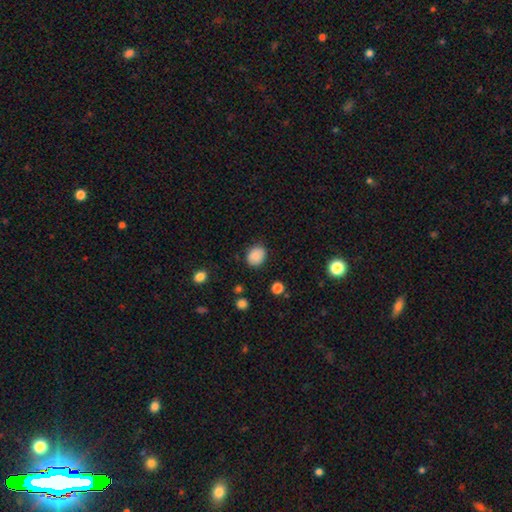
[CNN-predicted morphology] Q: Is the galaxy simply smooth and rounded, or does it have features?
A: smooth — 85%.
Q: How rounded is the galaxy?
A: round — 53%.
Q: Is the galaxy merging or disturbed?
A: none — 83%.